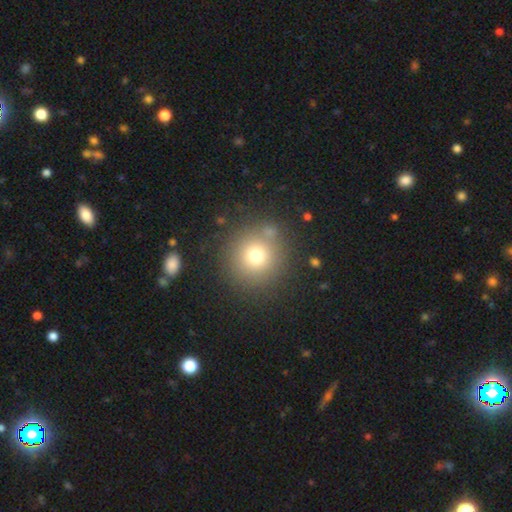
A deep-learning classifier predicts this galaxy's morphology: smooth 72%, star or artifact 16%, featured or disk 12%. Down the decision tree: how rounded — round (93%); merging — none (82%).